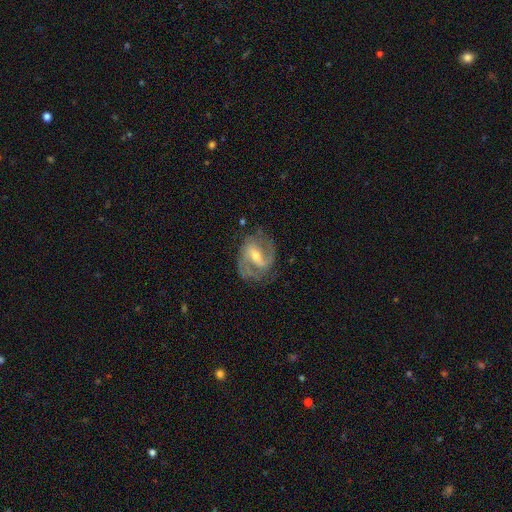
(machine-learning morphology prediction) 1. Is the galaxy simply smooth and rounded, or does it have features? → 89% featured or disk, 6% smooth, 5% star or artifact.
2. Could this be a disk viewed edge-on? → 97% no, 3% yes.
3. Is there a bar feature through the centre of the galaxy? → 49% weak, 32% strong, 19% no.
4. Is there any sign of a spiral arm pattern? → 96% yes, 4% no.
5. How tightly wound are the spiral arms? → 54% medium, 27% tight, 19% loose.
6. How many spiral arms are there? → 79% 2, 9% 3, 6% can't tell, 3% 1, 2% 4, 2% more than 4.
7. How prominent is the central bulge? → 56% moderate, 39% small, 3% large, 1% none, 1% dominant.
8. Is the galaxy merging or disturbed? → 72% none, 18% minor disturbance, 9% major disturbance, 1% merger.